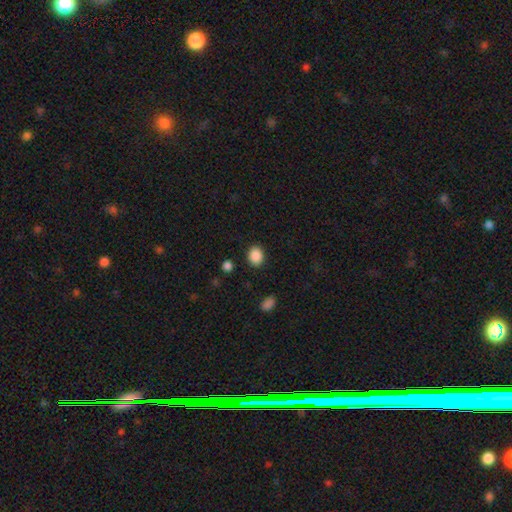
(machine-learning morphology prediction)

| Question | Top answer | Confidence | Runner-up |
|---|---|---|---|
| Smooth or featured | smooth | 88% | star or artifact (9%) |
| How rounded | round | 54% | in between (45%) |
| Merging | none | 88% | minor disturbance (8%) |